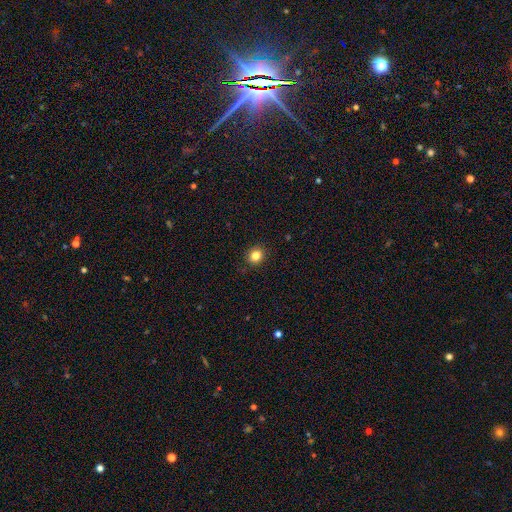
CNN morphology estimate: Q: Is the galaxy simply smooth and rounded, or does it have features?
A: smooth — 83%.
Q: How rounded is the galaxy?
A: round — 79%.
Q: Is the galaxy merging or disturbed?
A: none — 91%.